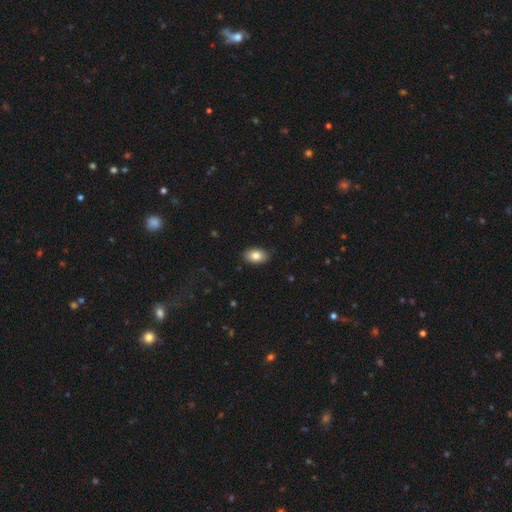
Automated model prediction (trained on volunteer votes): The model was most divided on "smooth or featured": smooth: 83%, featured or disk: 9%, star or artifact: 8%. More confident: how rounded — in between (89%); merging — none (87%).